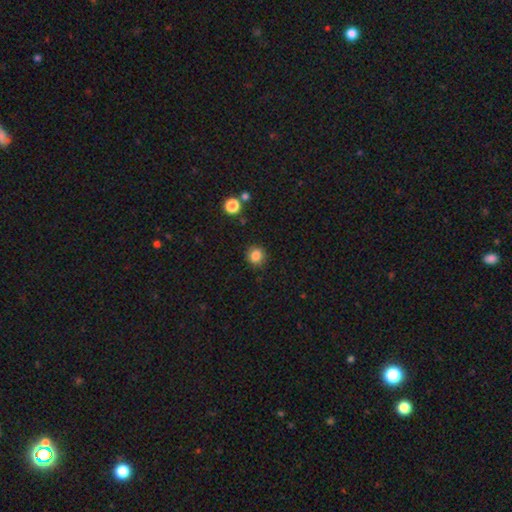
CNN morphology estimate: type=smooth (85%); roundness=round (90%); merging=none (89%).